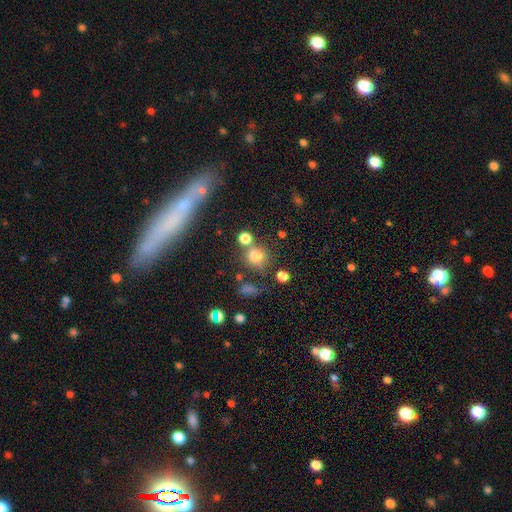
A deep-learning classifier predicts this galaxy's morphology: Q: Smooth or featured?
A: smooth (74%); runner-up: star or artifact (16%)
Q: How rounded?
A: round (81%); runner-up: in between (17%)
Q: Merging?
A: none (61%); runner-up: merger (21%)